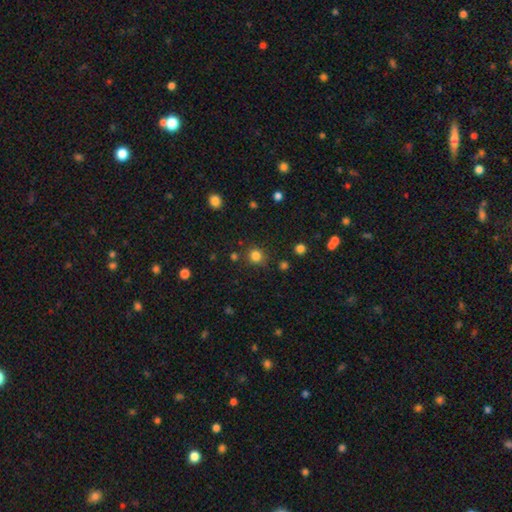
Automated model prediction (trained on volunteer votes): This is clearly a smooth galaxy (81%). How rounded: clearly round (90%). Merging: clearly none (83%).